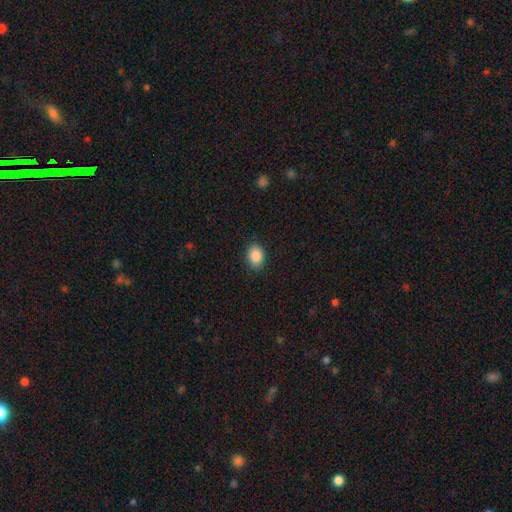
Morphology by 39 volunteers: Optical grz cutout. It shows a smooth galaxy with no disk features (95%) that is in between round and cigar-shaped (78%). Merging: none (89%).